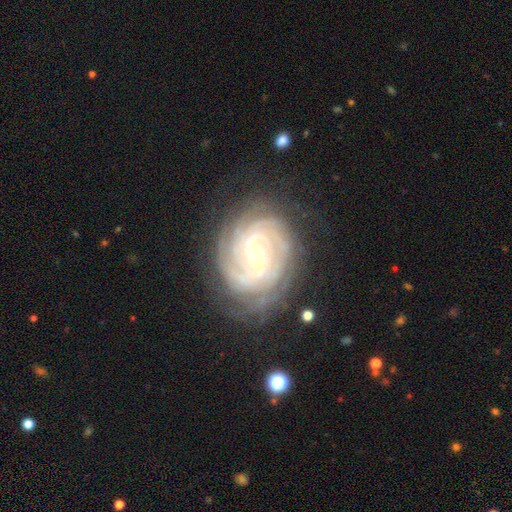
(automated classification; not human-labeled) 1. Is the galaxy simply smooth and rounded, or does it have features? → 90% featured or disk, 5% smooth, 5% star or artifact.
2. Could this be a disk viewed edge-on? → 97% no, 3% yes.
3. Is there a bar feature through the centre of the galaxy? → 49% weak, 28% strong, 24% no.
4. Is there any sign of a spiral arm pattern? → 98% yes, 2% no.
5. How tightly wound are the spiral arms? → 83% tight, 14% medium, 3% loose.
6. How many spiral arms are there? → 28% can't tell, 22% 4, 17% 3, 13% more than 4, 13% 2, 7% 1.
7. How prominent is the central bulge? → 59% moderate, 37% small, 3% large, 1% none, 1% dominant.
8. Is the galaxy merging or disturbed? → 78% none, 15% minor disturbance, 5% major disturbance, 1% merger.